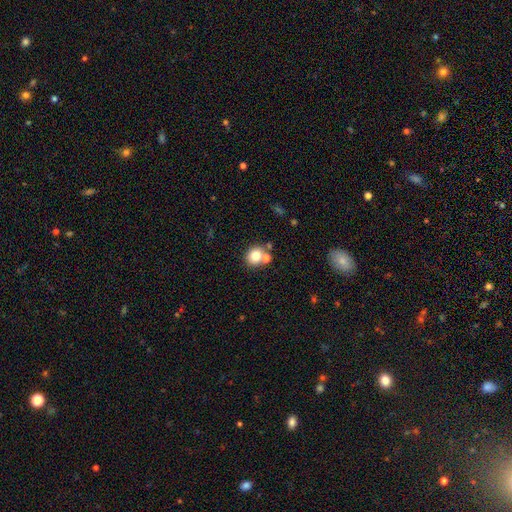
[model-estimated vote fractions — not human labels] Smooth or featured? smooth (77%)
How rounded? round (73%)
Merging? none (62%)